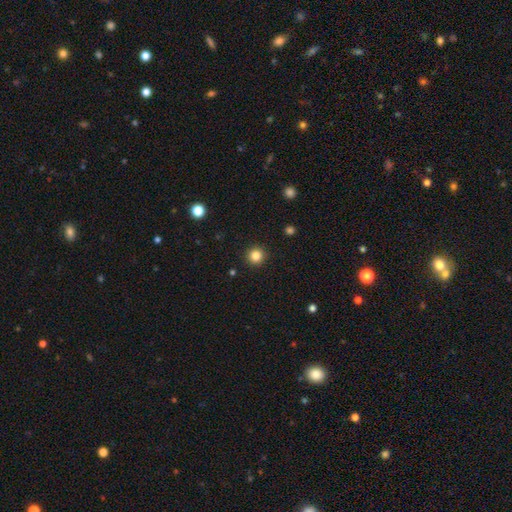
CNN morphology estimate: A smooth galaxy with no disk features (83%) that is round (96%).

Vote fractions:
- Smooth or featured? smooth: 83% / star or artifact: 12% / featured or disk: 5%
- How rounded? round: 96% / in between: 4% / cigar-shaped: 1%
- Merging? none: 93% / minor disturbance: 5% / major disturbance: 2% / merger: 1%